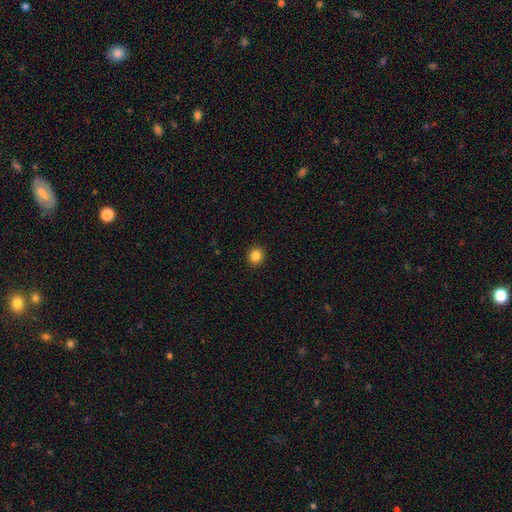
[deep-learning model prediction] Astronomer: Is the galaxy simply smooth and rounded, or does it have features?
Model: smooth — 85%.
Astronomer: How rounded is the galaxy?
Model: round — 85%.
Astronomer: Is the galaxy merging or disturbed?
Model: none — 92%.